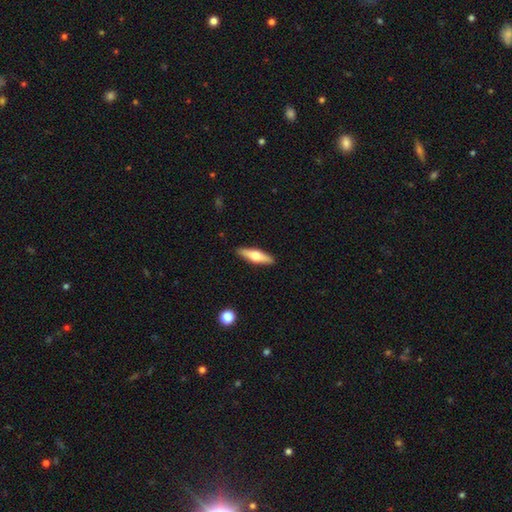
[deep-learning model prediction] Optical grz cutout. It shows a smooth galaxy with no disk features (50%) that is cigar-shaped (67%). Merging: none (90%).